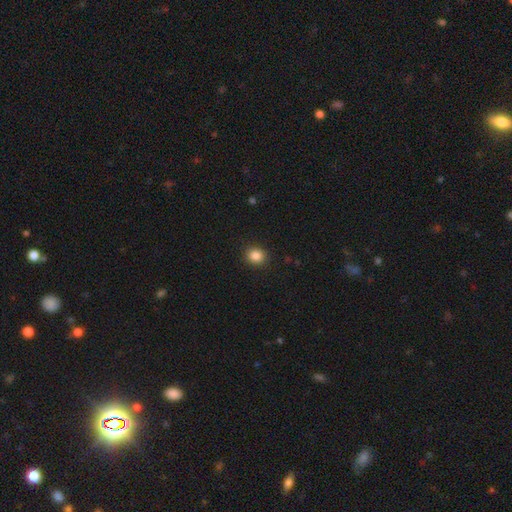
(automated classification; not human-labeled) This appears to be a smooth galaxy with no disk features (86%) that is round (76%). Merging: none (90%).